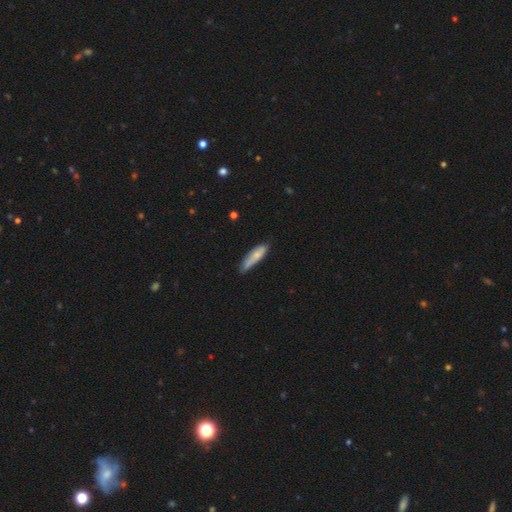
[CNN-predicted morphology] Smooth or featured: smooth — 72% (featured or disk — 22%)
How rounded: cigar-shaped — 71% (in between — 27%)
Merging: none — 65% (minor disturbance — 28%)